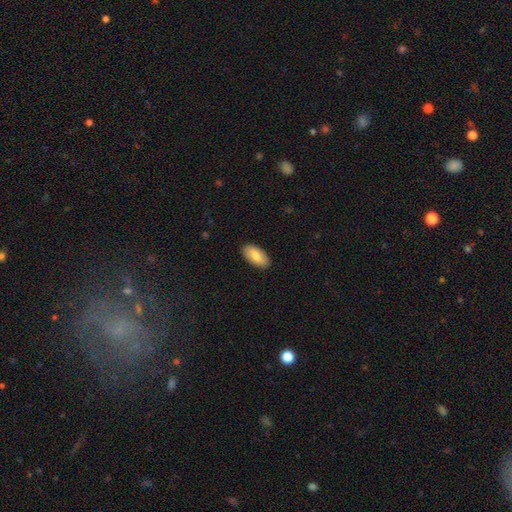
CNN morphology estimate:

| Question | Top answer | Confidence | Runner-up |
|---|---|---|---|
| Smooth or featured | smooth | 82% | featured or disk (13%) |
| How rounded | in between | 93% | cigar-shaped (5%) |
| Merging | none | 89% | minor disturbance (8%) |